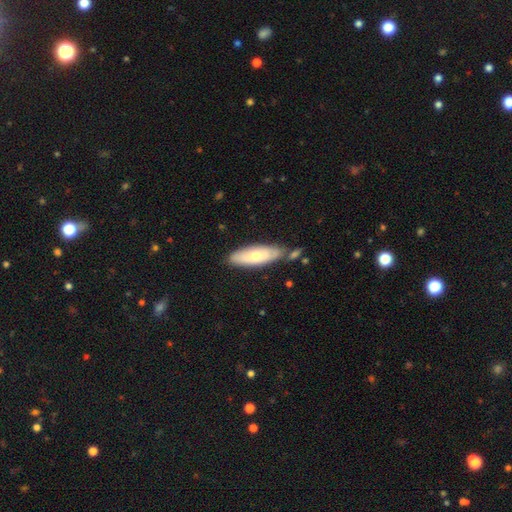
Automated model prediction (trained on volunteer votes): smooth_or_featured: smooth (p=0.54) [alt: featured or disk p=0.39]
how_rounded: cigar-shaped (p=0.49) [tied with: in between p=0.49]
merging: none (p=0.71) [alt: minor disturbance p=0.18]